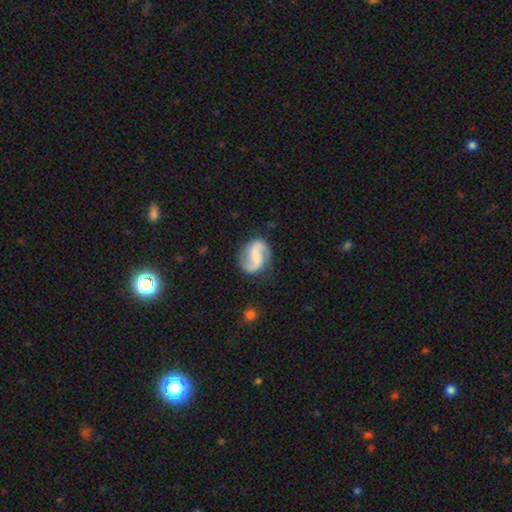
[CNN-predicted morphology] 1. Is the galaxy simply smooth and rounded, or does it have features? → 80% featured or disk, 14% smooth, 6% star or artifact.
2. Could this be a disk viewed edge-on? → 98% no, 2% yes.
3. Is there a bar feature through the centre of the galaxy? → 40% weak, 36% no, 24% strong.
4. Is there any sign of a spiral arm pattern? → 96% yes, 4% no.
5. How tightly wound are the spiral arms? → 57% loose, 34% medium, 10% tight.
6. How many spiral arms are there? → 93% 2, 2% can't tell, 2% 1, 1% 3, 1% 4, 1% more than 4.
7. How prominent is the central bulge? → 47% none, 29% small, 17% moderate, 6% large, 2% dominant.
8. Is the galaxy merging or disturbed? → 80% none, 13% minor disturbance, 5% major disturbance, 2% merger.